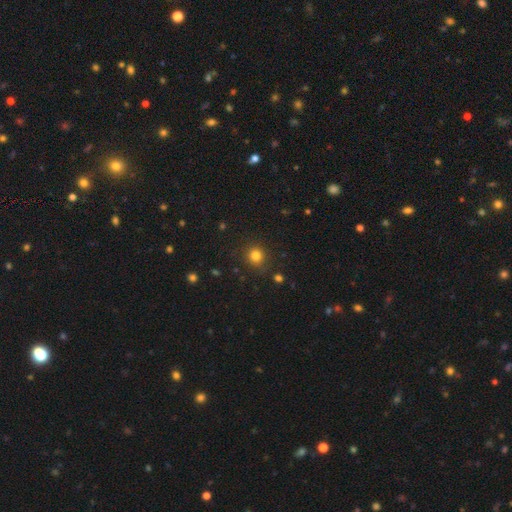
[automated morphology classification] smooth 81%, star or artifact 14%, featured or disk 5%. Down the decision tree: how rounded — round (89%); merging — none (86%).